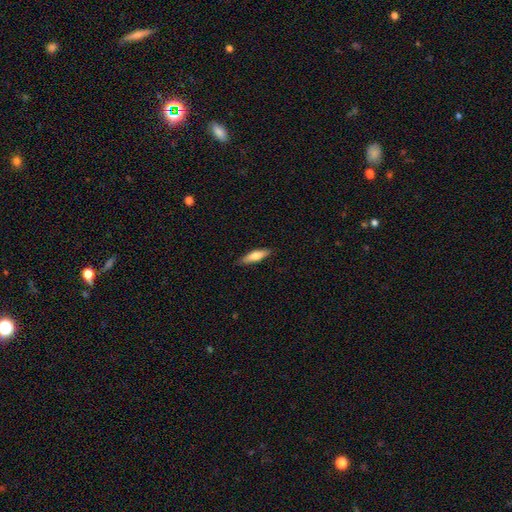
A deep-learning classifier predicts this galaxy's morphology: Q: Smooth or featured?
A: smooth (68%); runner-up: featured or disk (26%)
Q: How rounded?
A: cigar-shaped (62%); runner-up: in between (36%)
Q: Merging?
A: none (88%); runner-up: minor disturbance (9%)